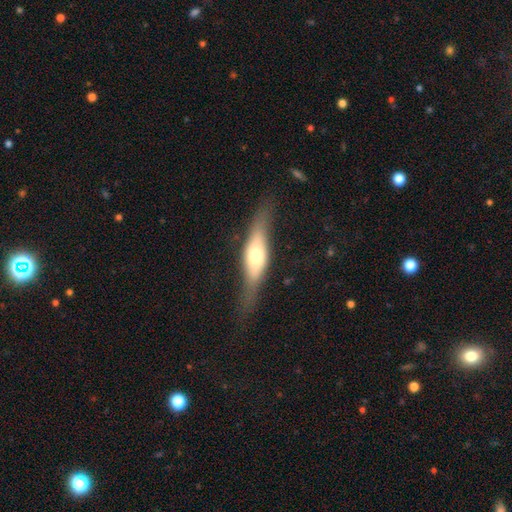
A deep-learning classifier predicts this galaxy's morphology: Smooth or featured? featured or disk (55%)
Edge-on disk? yes (77%)
Merging? none (69%)